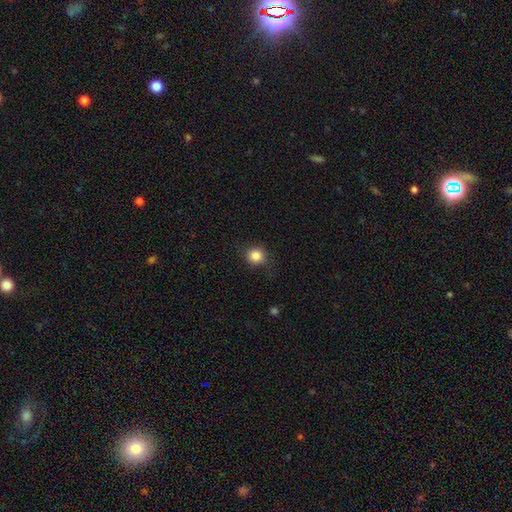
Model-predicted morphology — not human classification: A smooth galaxy with no disk features (85%) that is round (87%). Merging: none (86%).